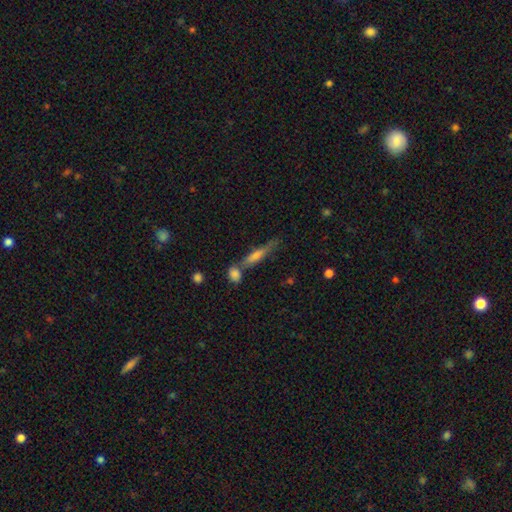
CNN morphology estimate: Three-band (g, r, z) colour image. It shows a smooth galaxy with no disk features (48%). Merging: none (56%).